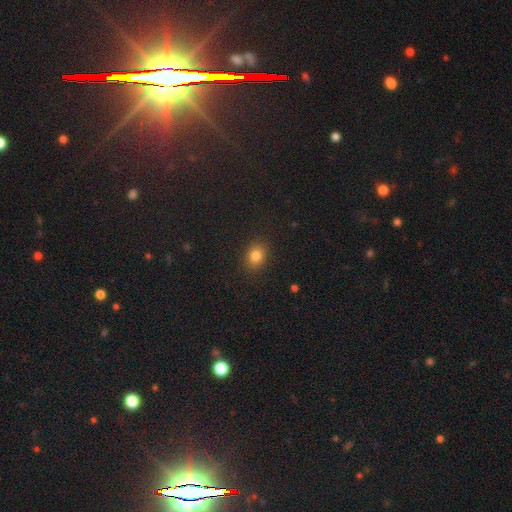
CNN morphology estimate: Q: Smooth or featured?
A: smooth (82%); runner-up: star or artifact (12%)
Q: How rounded?
A: in between (57%); runner-up: round (42%)
Q: Merging?
A: none (88%); runner-up: minor disturbance (8%)